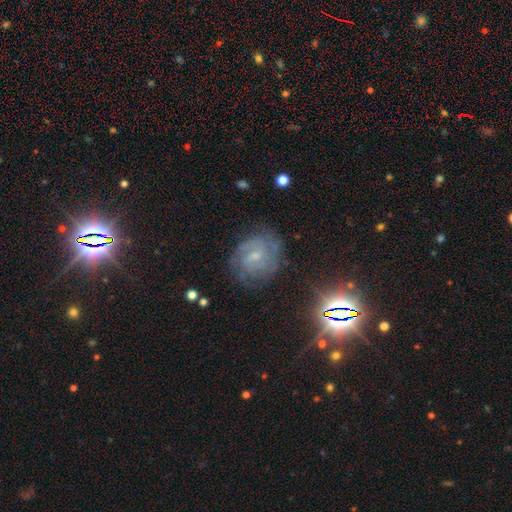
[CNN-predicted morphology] This appears to be a featured or disk galaxy (68%) with a weak bar (47%), tight (56%) spiral arms (88%) and a small central bulge (63%). Merging: none (72%).